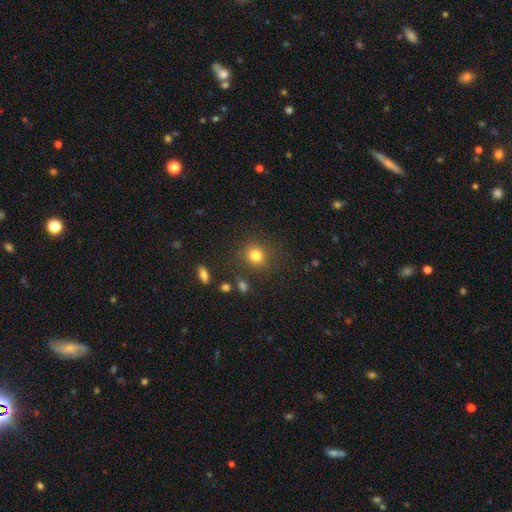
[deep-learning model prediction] This is clearly a smooth galaxy (81%). How rounded: clearly round (84%). Merging: clearly none (83%).